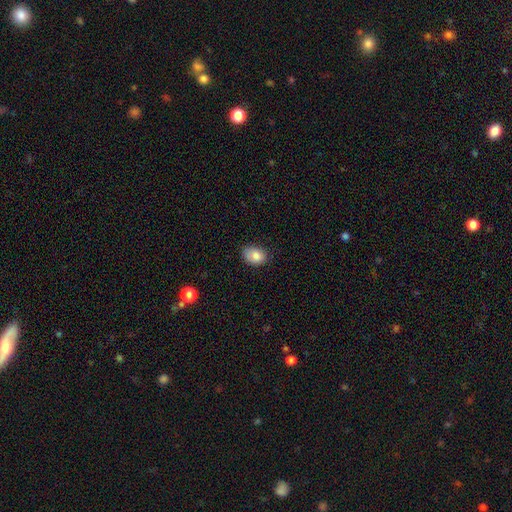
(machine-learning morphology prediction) A smooth galaxy with no disk features (83%) that is in between round and cigar-shaped (71%). Merging: none (66%).